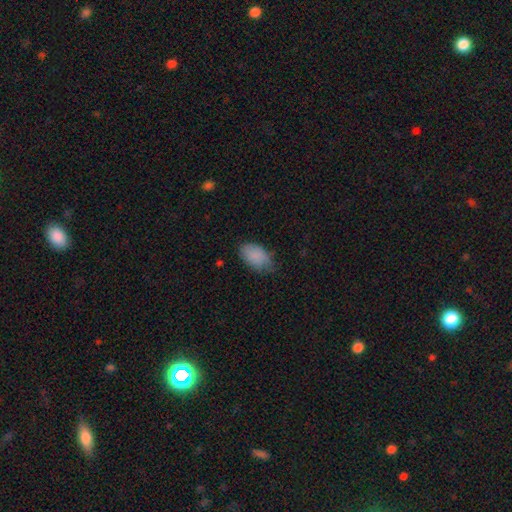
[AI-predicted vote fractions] Q: Smooth or featured?
A: smooth (87%); runner-up: star or artifact (7%)
Q: How rounded?
A: in between (92%); runner-up: round (6%)
Q: Merging?
A: none (65%); runner-up: minor disturbance (29%)